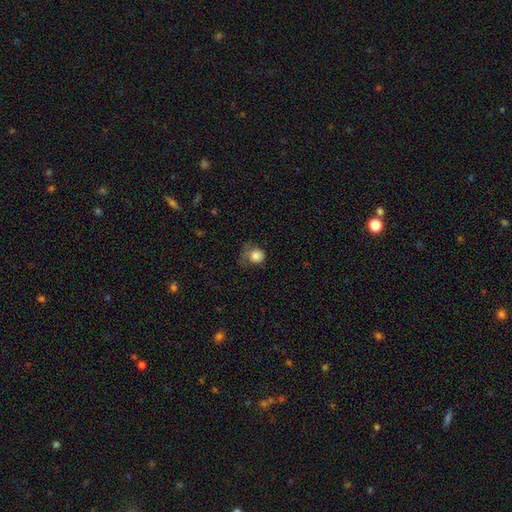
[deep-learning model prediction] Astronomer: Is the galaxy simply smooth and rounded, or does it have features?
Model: smooth — 81%.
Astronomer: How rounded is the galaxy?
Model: round — 80%.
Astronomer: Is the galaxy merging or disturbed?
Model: none — 36% (runner-up: minor disturbance, 31%).